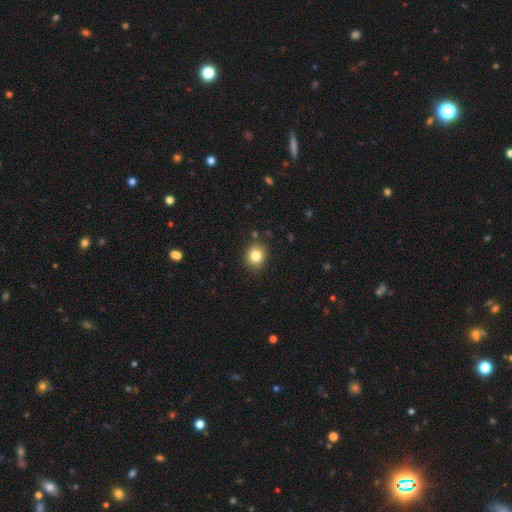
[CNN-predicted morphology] The model was most divided on "how rounded": round: 80%, in between: 19%, cigar-shaped: 1%. More confident: merging — none (85%); smooth or featured — smooth (84%).